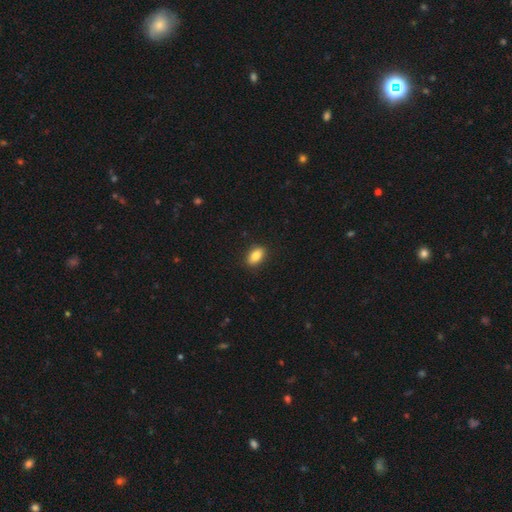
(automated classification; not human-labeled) Q: Smooth or featured?
A: smooth (85%); runner-up: star or artifact (8%)
Q: How rounded?
A: in between (87%); runner-up: round (9%)
Q: Merging?
A: none (89%); runner-up: minor disturbance (8%)